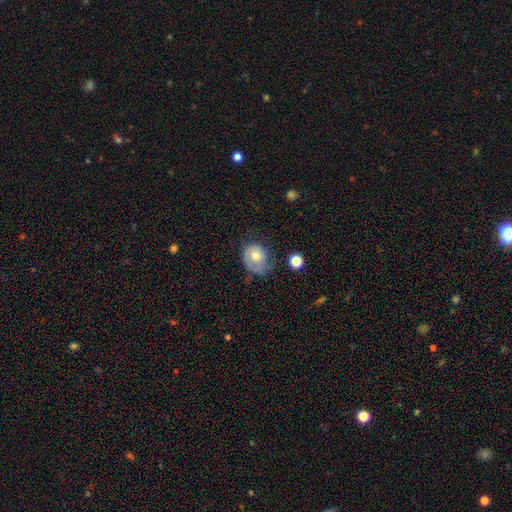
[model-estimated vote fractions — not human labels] Smooth or featured: smooth — 55% (featured or disk — 36%)
How rounded: round — 58% (in between — 41%)
Merging: none — 41% (minor disturbance — 32%)